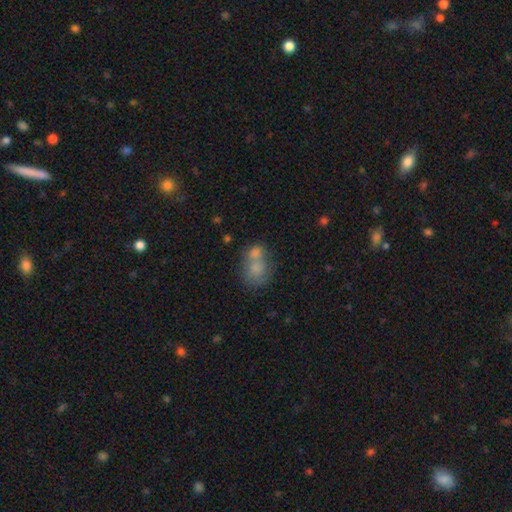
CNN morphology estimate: This is likely a smooth galaxy (74%). How rounded: possibly in between (51%). Merging: likely merger (61%).